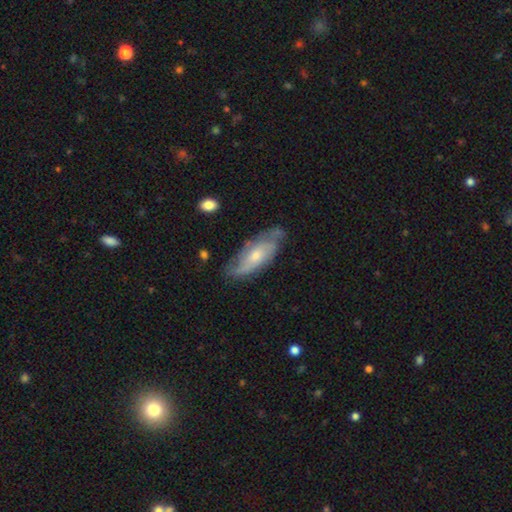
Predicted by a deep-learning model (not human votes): The model was most divided on "bulge size": moderate: 48%, small: 45%, large: 3%, none: 3%, dominant: 1%. More confident: spiral arms — yes (86%); edge-on disk — no (85%); bar — no (69%); merging — none (68%); smooth or featured — featured or disk (66%).